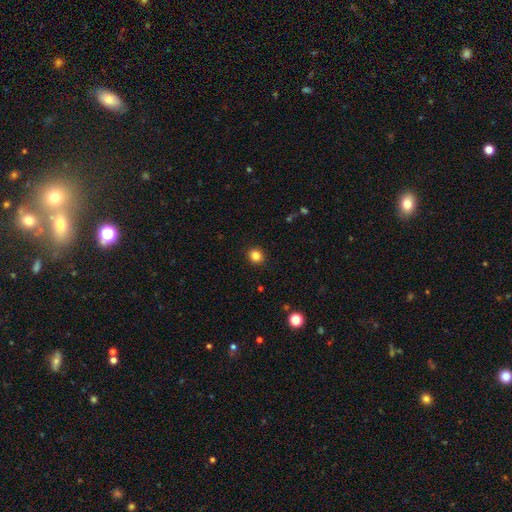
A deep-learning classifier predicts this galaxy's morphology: smooth-or-featured: smooth: 84% | star or artifact: 12% | featured or disk: 5%
  how-rounded: round: 89% | in between: 10% | cigar-shaped: 1%
  merging: none: 92% | minor disturbance: 5% | major disturbance: 2% | merger: 1%